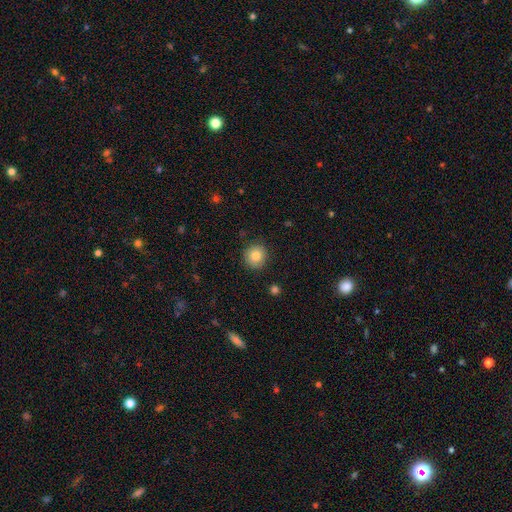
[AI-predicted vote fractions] smooth-or-featured: smooth: 83% | star or artifact: 9% | featured or disk: 7%
  how-rounded: round: 93% | in between: 6% | cigar-shaped: 1%
  merging: none: 91% | minor disturbance: 7% | major disturbance: 2% | merger: 1%